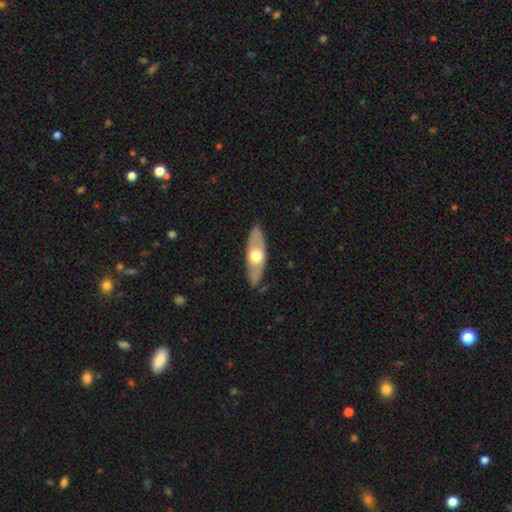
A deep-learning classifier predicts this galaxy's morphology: smooth_or_featured: featured or disk (p=0.49) [alt: smooth p=0.46]
merging: none (p=0.85) [alt: minor disturbance p=0.11]